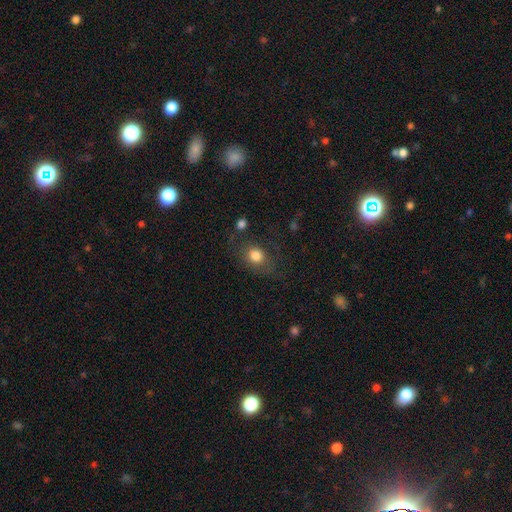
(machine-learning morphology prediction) A smooth galaxy with no disk features (79%) that is round (55%). Merging: none (61%).